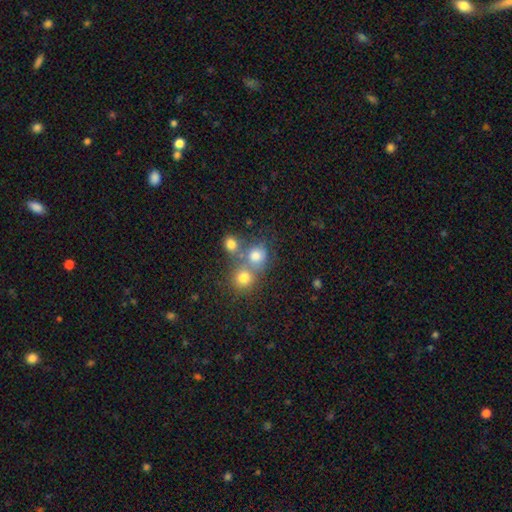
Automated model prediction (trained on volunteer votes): smooth_or_featured: smooth (p=0.75) [alt: star or artifact p=0.14]
how_rounded: round (p=0.79) [alt: in between p=0.20]
merging: none (p=0.46) [alt: merger p=0.40]